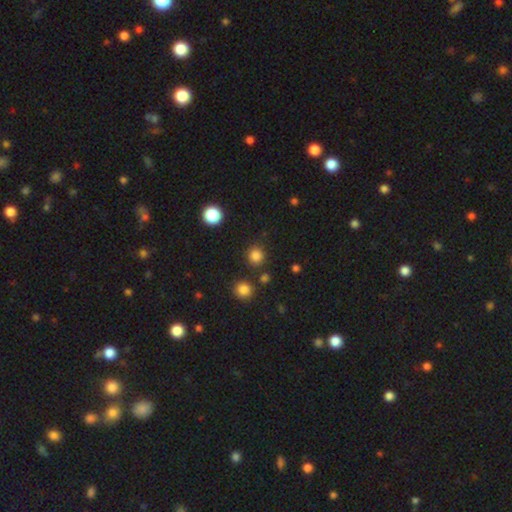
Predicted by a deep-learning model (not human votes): smooth 83%, star or artifact 13%, featured or disk 4%. Down the decision tree: how rounded — round (92%); merging — none (87%).